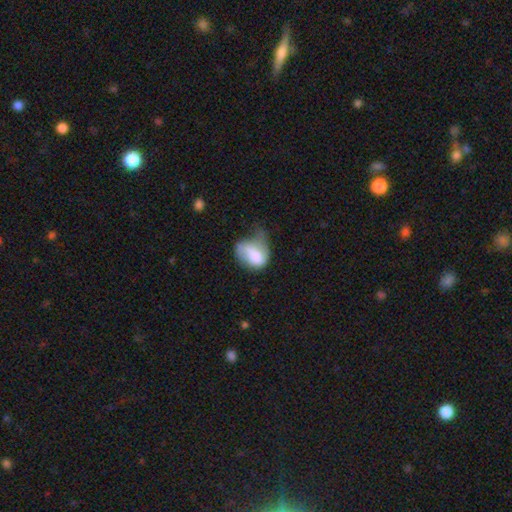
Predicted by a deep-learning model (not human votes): Morphology: type=smooth (63%); roundness=in between (63%); merging=major disturbance (35%).